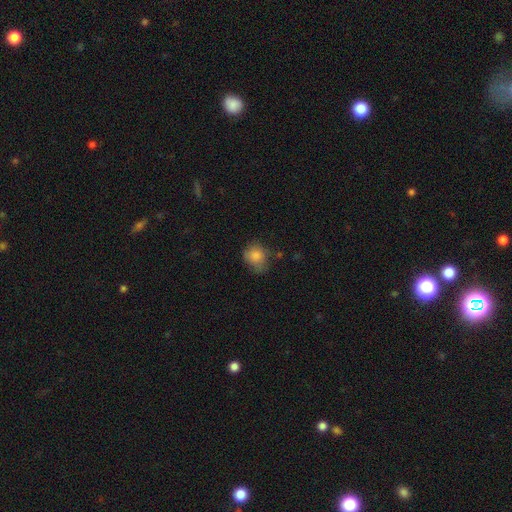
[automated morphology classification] smooth 82%, star or artifact 9%, featured or disk 9%. Down the decision tree: how rounded — round (67%); merging — none (59%).